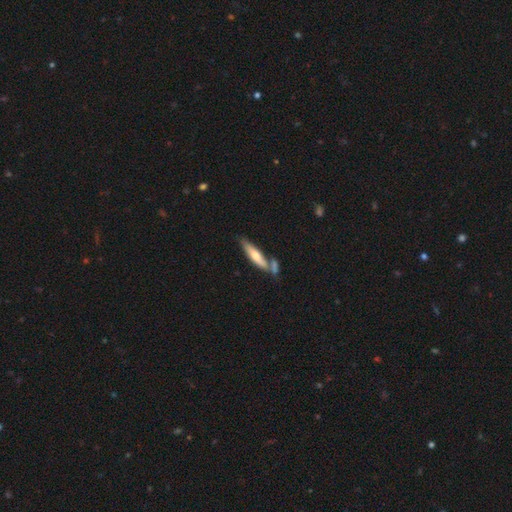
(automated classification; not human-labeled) A smooth galaxy with no disk features (52%) that is cigar-shaped (79%). Merging: none (55%).